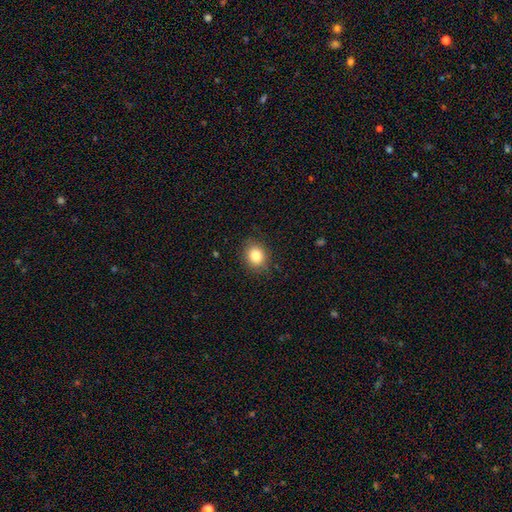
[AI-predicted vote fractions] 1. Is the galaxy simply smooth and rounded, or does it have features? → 83% smooth, 10% star or artifact, 7% featured or disk.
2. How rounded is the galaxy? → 60% round, 39% in between, 1% cigar-shaped.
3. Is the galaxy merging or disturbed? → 86% none, 10% minor disturbance, 3% major disturbance, 1% merger.